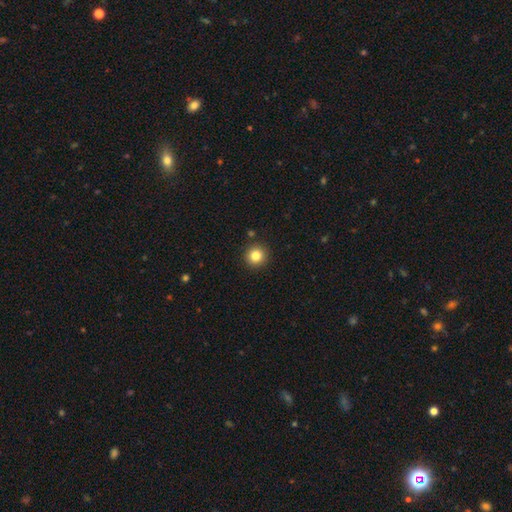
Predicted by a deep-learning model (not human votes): Smooth or featured?
  - smooth: 84% *
  - star or artifact: 11%
  - featured or disk: 6%
How rounded?
  - round: 95% *
  - in between: 4%
  - cigar-shaped: 1%
Merging?
  - none: 91% *
  - minor disturbance: 5%
  - merger: 2%
  - major disturbance: 2%